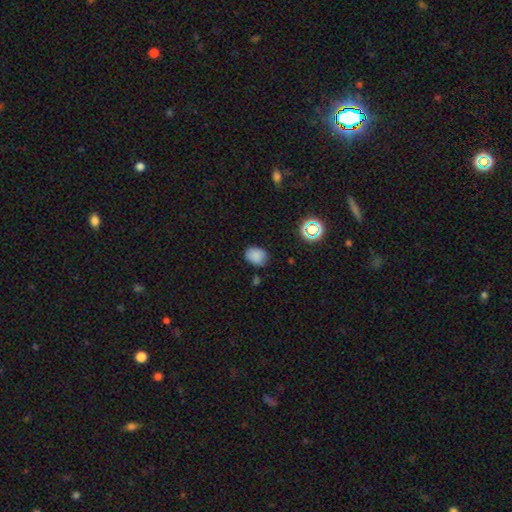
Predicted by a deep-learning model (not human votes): smooth 82%, star or artifact 12%, featured or disk 6%. Down the decision tree: how rounded — in between (55%); merging — none (75%).